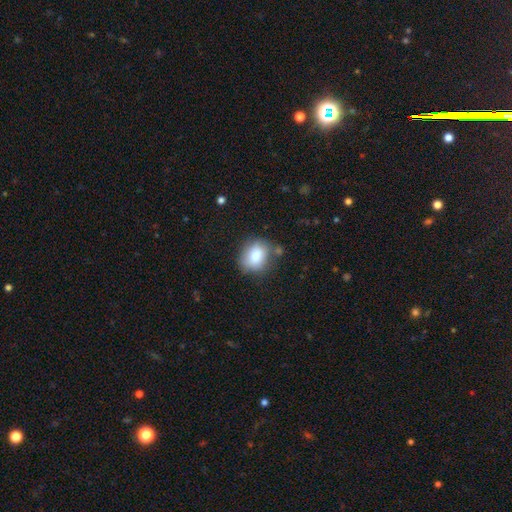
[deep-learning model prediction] The model was most divided on "how rounded": round: 61%, in between: 38%, cigar-shaped: 1%. More confident: smooth or featured — smooth (78%); merging — none (73%).